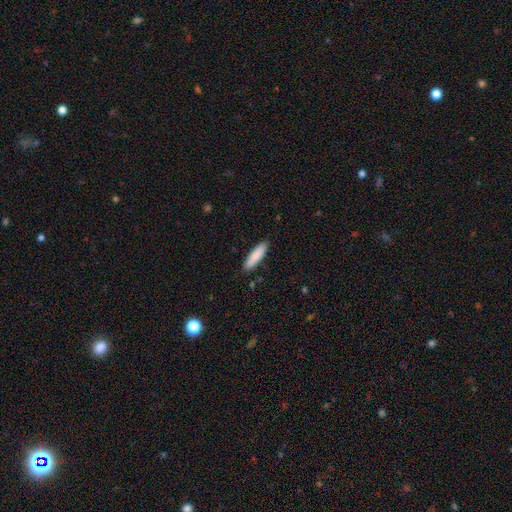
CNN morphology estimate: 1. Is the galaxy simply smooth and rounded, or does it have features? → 85% smooth, 9% featured or disk, 5% star or artifact.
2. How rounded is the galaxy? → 68% cigar-shaped, 31% in between, 1% round.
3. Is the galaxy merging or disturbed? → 88% none, 9% minor disturbance, 2% major disturbance, 1% merger.